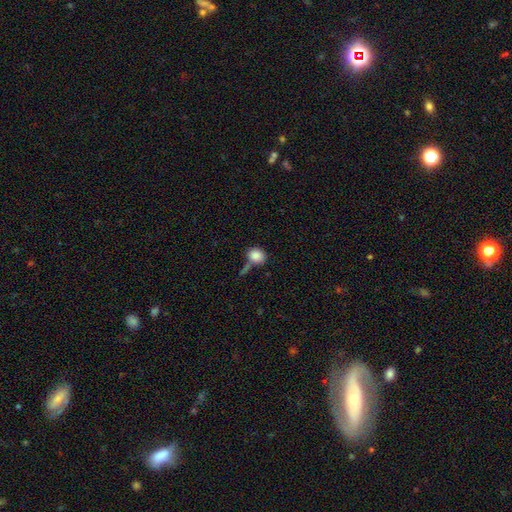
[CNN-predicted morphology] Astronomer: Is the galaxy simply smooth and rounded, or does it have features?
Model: smooth — 86%.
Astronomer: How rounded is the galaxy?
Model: round — 52% (runner-up: in between, 47%).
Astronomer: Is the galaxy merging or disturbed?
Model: none — 53%.